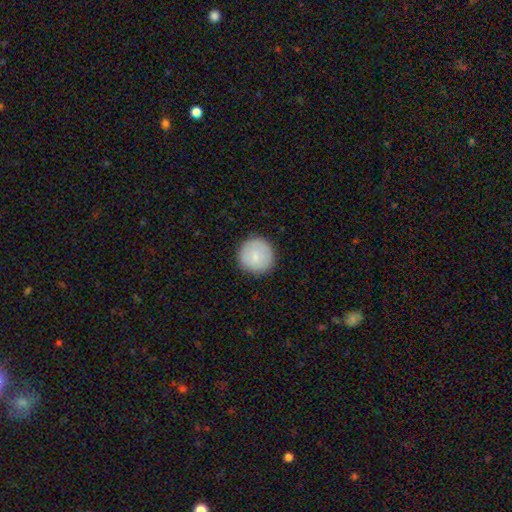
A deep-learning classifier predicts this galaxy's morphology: Smooth or featured? Predicted: smooth (p=0.82). How rounded? Predicted: round (p=0.95). Merging? Predicted: none (p=0.89).